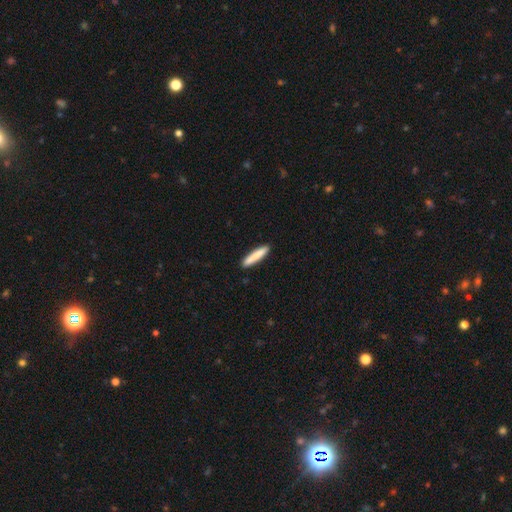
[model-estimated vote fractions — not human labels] The model was most divided on "smooth or featured": smooth: 84%, featured or disk: 10%, star or artifact: 5%. More confident: how rounded — cigar-shaped (90%); merging — none (90%).